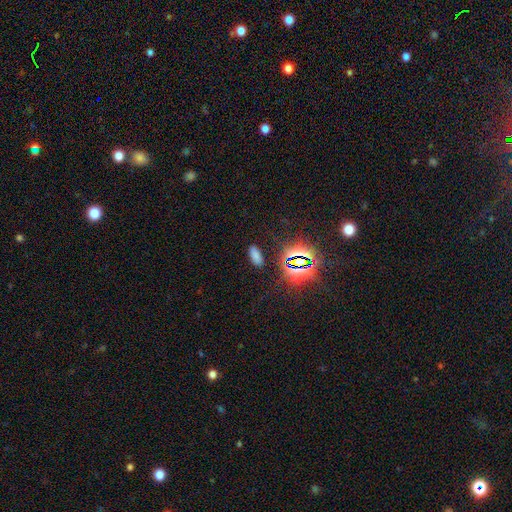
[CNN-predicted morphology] type=smooth (66%); roundness=in between (86%); merging=none (86%).